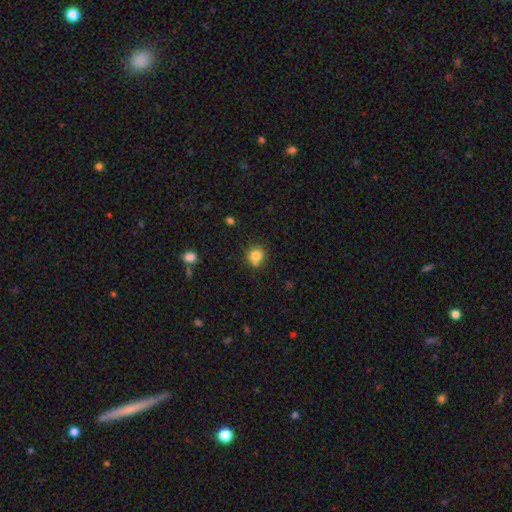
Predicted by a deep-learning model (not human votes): smooth_or_featured: smooth (p=0.80) [alt: star or artifact p=0.12]
how_rounded: round (p=0.84) [alt: in between p=0.15]
merging: none (p=0.65) [alt: merger p=0.17]